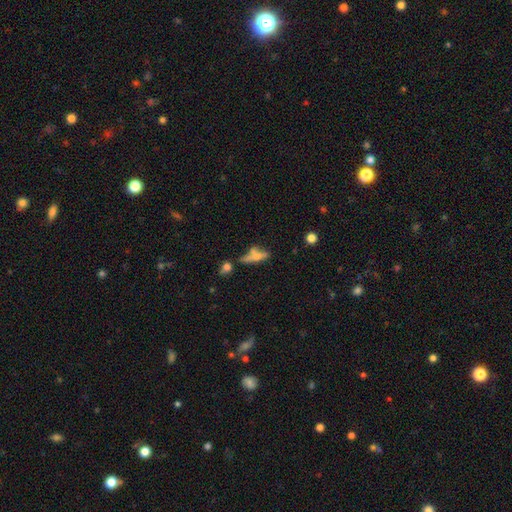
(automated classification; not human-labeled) This is possibly a smooth galaxy (50%). How rounded: possibly cigar-shaped (60%). Merging: marginally none (41%).